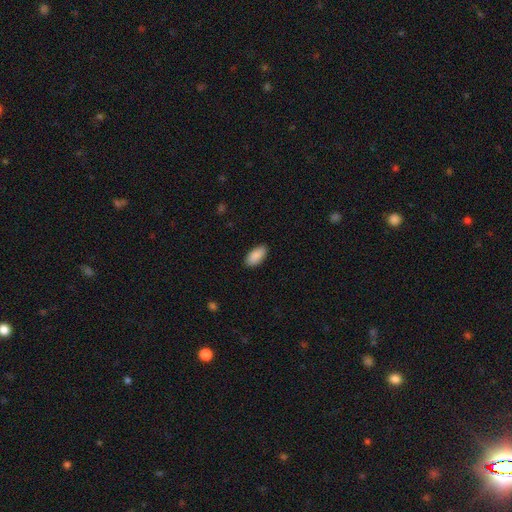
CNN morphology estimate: type=smooth (91%); roundness=in between (93%); merging=none (89%).